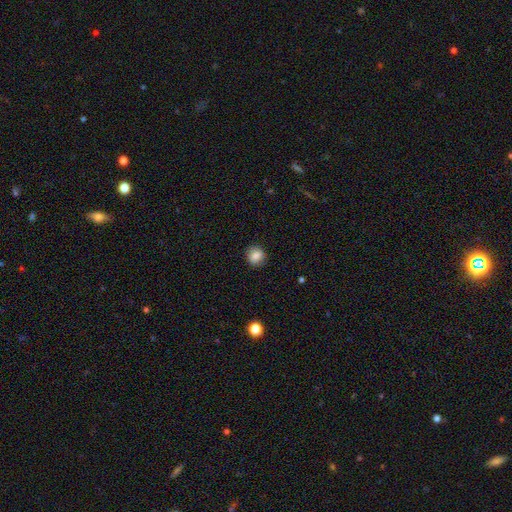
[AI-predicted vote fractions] Morphology: type=smooth (83%); roundness=round (81%); merging=none (87%).